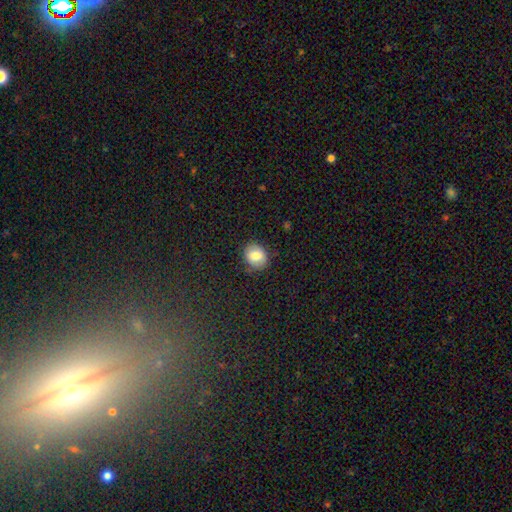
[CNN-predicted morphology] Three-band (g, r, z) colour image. It shows a smooth galaxy with no disk features (80%) that is round (59%). Merging: none (80%).